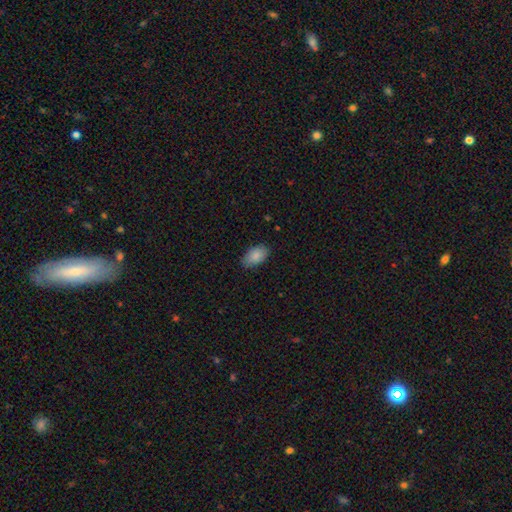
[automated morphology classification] smooth_or_featured: smooth (p=0.88) [alt: star or artifact p=0.07]
how_rounded: in between (p=0.93) [alt: round p=0.05]
merging: none (p=0.82) [alt: minor disturbance p=0.14]